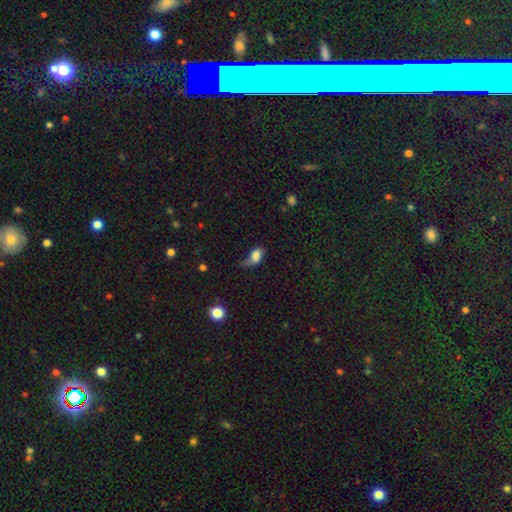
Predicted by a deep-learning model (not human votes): A smooth galaxy with no disk features (77%) that is in between round and cigar-shaped (84%).

Vote fractions:
- Smooth or featured? smooth: 77% / featured or disk: 13% / star or artifact: 10%
- How rounded? in between: 84% / round: 13% / cigar-shaped: 3%
- Merging? major disturbance: 35% / minor disturbance: 33% / none: 25% / merger: 6%